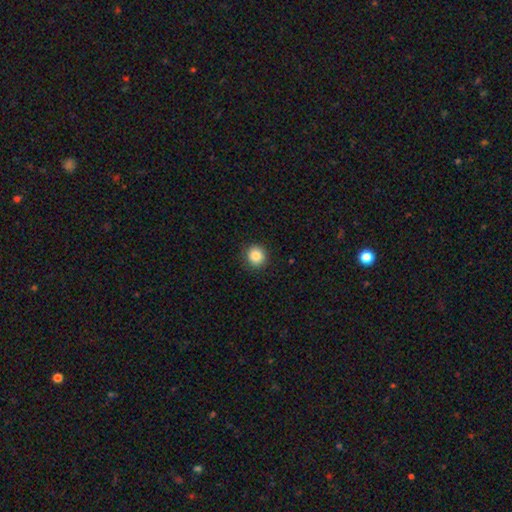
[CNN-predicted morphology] The model was most divided on "smooth or featured": smooth: 86%, star or artifact: 10%, featured or disk: 5%. More confident: how rounded — round (91%); merging — none (90%).